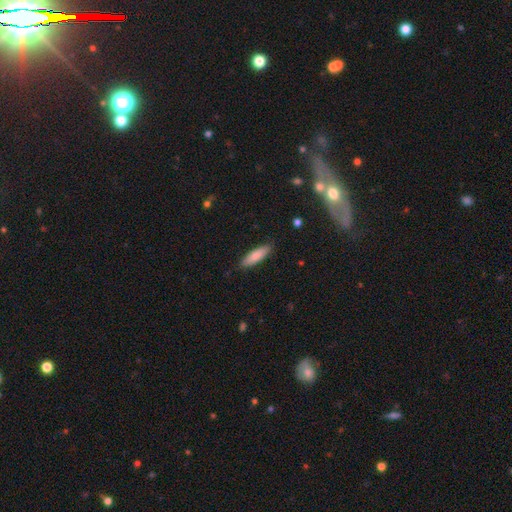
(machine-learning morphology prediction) This is clearly a smooth galaxy (80%). How rounded: possibly cigar-shaped (60%). Merging: clearly none (87%).